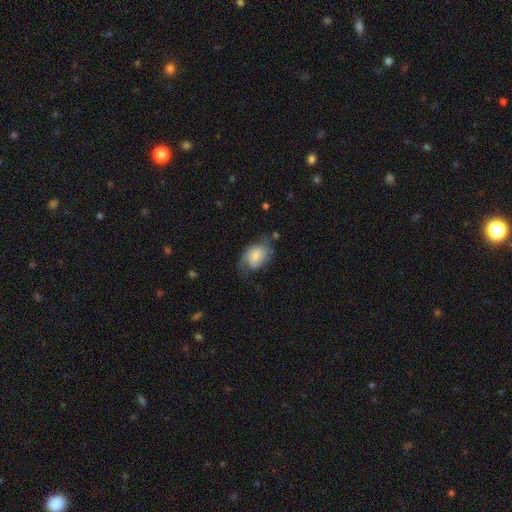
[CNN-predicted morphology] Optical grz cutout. It shows a featured or disk galaxy (47%). Merging: none (51%).